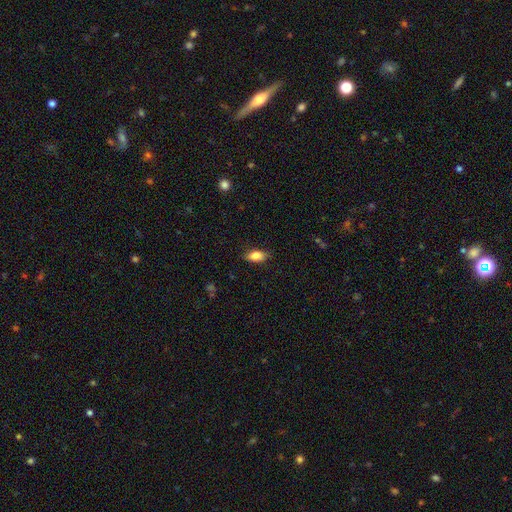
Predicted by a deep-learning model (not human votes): smooth_or_featured: smooth (p=0.82) [alt: featured or disk p=0.11]
how_rounded: in between (p=0.87) [alt: cigar-shaped p=0.08]
merging: none (p=0.84) [alt: minor disturbance p=0.12]